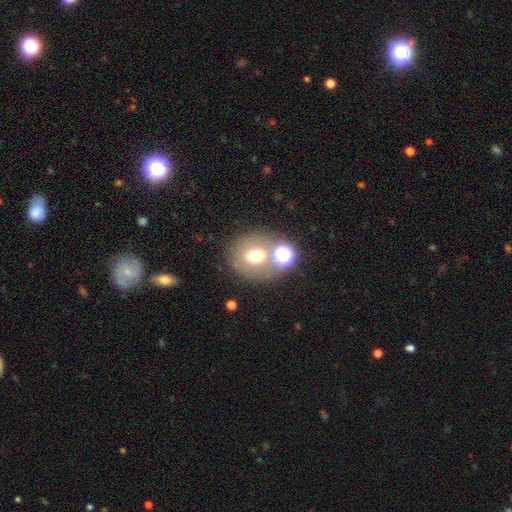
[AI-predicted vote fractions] Morphology: type=smooth (61%); roundness=round (79%); merging=none (61%).